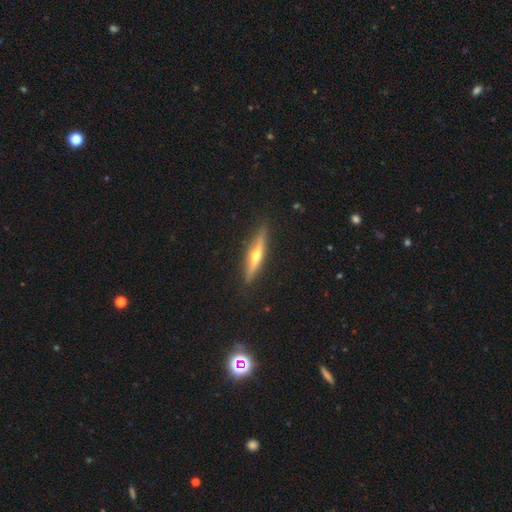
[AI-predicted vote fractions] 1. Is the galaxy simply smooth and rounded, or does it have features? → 67% featured or disk, 27% smooth, 6% star or artifact.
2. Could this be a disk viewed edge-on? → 96% yes, 4% no.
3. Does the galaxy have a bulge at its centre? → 90% rounded, 7% none, 3% boxy.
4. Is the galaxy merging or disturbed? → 89% none, 8% minor disturbance, 2% major disturbance, 1% merger.